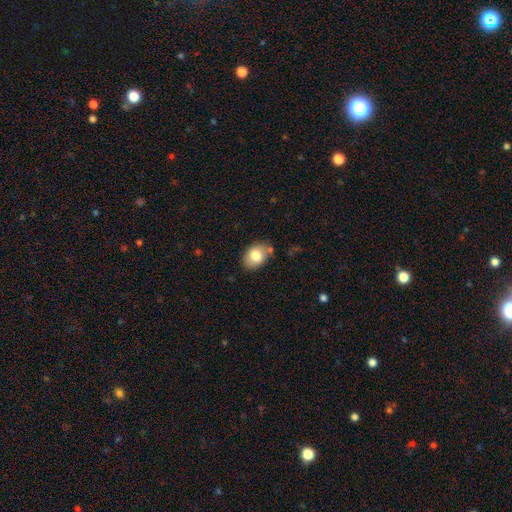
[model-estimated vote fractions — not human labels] Smooth or featured?
  - smooth: 80% *
  - featured or disk: 12%
  - star or artifact: 8%
How rounded?
  - in between: 74% *
  - round: 25%
  - cigar-shaped: 1%
Merging?
  - none: 75% *
  - minor disturbance: 16%
  - merger: 5%
  - major disturbance: 4%